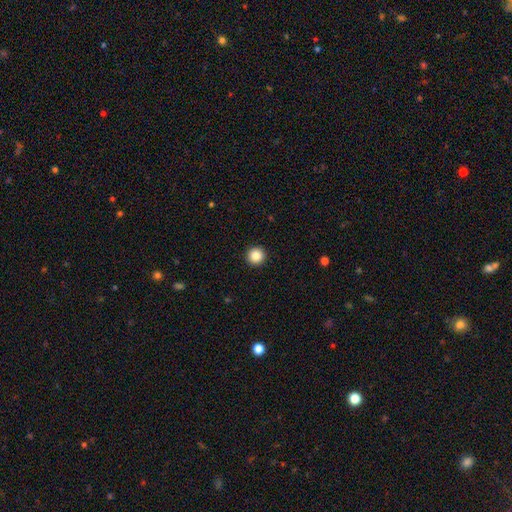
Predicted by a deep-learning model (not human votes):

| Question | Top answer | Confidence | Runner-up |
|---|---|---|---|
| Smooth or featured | smooth | 86% | star or artifact (10%) |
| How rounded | round | 96% | in between (3%) |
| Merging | none | 94% | minor disturbance (4%) |